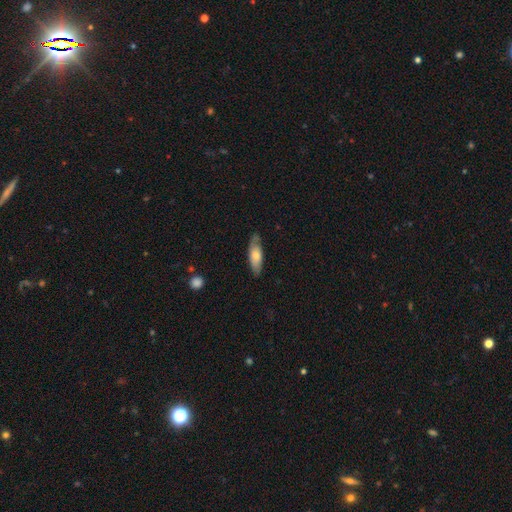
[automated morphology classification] Overall: smooth (61%; featured or disk 34%). How rounded: in between (61%; cigar-shaped 37%). Merging: none (75%).